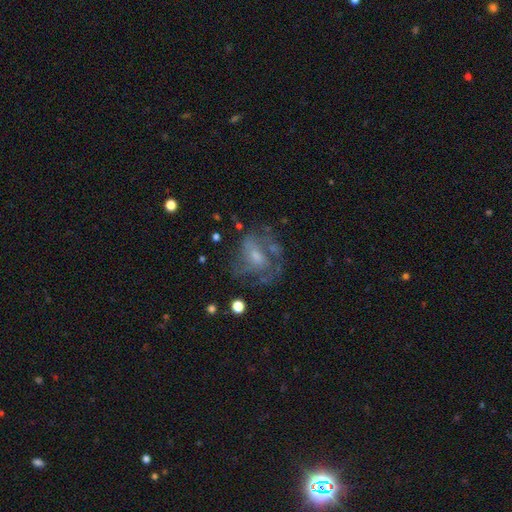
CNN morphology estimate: Smooth or featured? Predicted: featured or disk (p=0.64). Edge-on disk? Predicted: no (p=0.97). Bar? Predicted: no (p=0.62). Spiral arms? Predicted: yes (p=0.58). Bulge size? Predicted: small (p=0.48). Merging? Predicted: none (p=0.45).